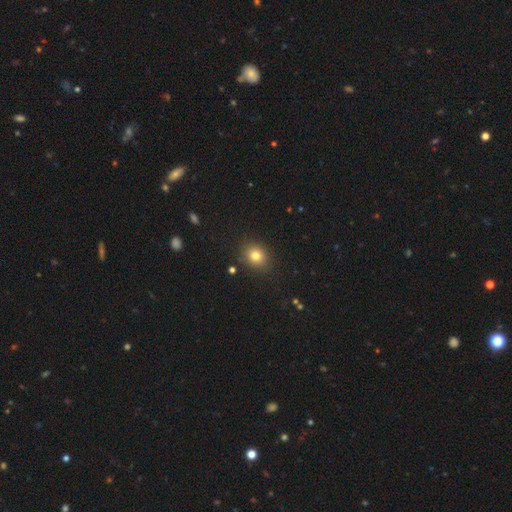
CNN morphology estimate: smooth_or_featured: smooth (p=0.79) [alt: star or artifact p=0.13]
how_rounded: round (p=0.67) [alt: in between p=0.33]
merging: none (p=0.87) [alt: minor disturbance p=0.08]